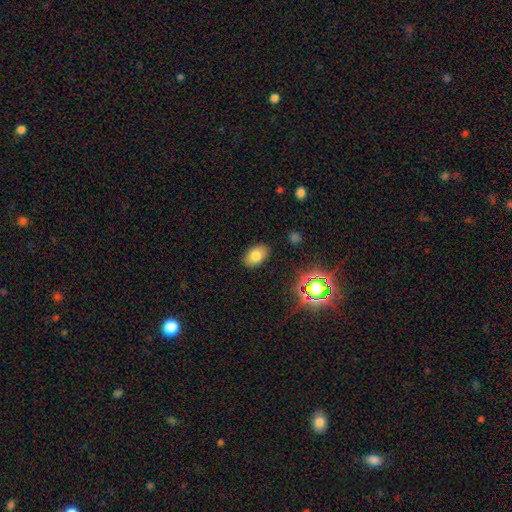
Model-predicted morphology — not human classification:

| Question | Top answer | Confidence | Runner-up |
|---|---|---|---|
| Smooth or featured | smooth | 78% | star or artifact (12%) |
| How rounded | in between | 87% | round (11%) |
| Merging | none | 87% | minor disturbance (9%) |